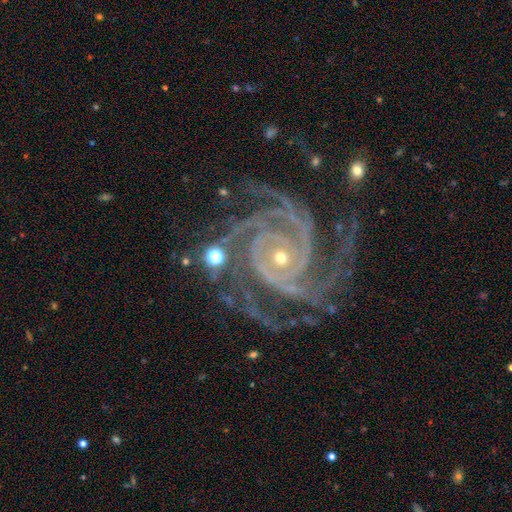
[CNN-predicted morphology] This is clearly a featured or disk galaxy (92%). It is clearly not viewed edge-on (98%). Bar: possibly no (56%). Spiral arm pattern: clearly yes (99%). Spiral arm count: marginally 3 (30%). Spiral winding: likely tight (73%). Central bulge: clearly small (81%). Merging: likely none (71%).